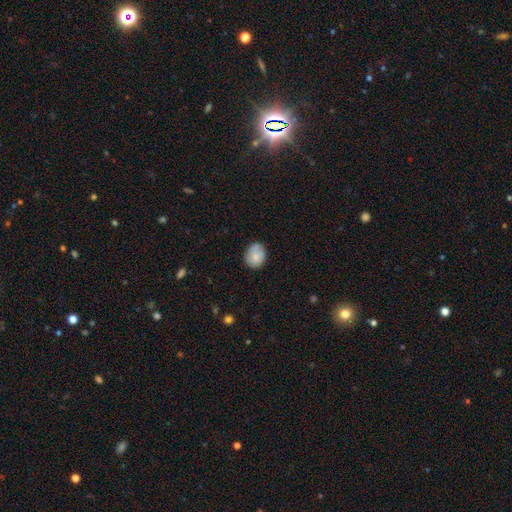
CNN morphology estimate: Q: Smooth or featured?
A: smooth (79%); runner-up: featured or disk (14%)
Q: How rounded?
A: round (55%); runner-up: in between (44%)
Q: Merging?
A: none (72%); runner-up: minor disturbance (22%)